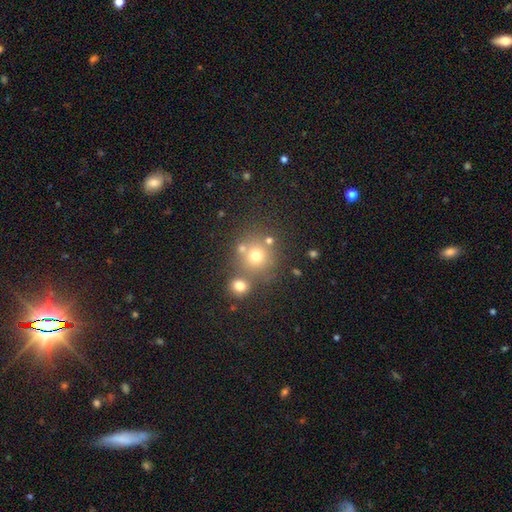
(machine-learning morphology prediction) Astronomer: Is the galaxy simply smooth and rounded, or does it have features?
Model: smooth — 69%.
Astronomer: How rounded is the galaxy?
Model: round — 90%.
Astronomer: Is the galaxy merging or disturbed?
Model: none — 65%.